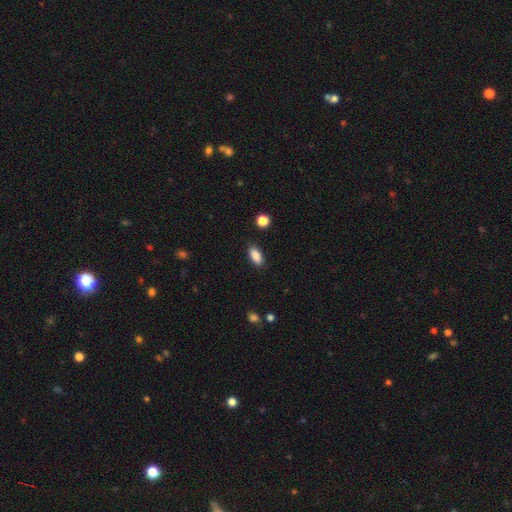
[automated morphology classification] This appears to be a smooth galaxy with no disk features (88%) that is in between round and cigar-shaped (86%). Merging: none (87%).